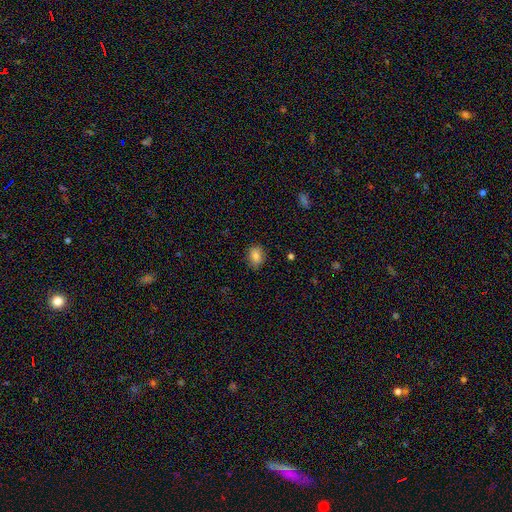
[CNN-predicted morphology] type=smooth (83%); roundness=in between (62%); merging=none (84%).